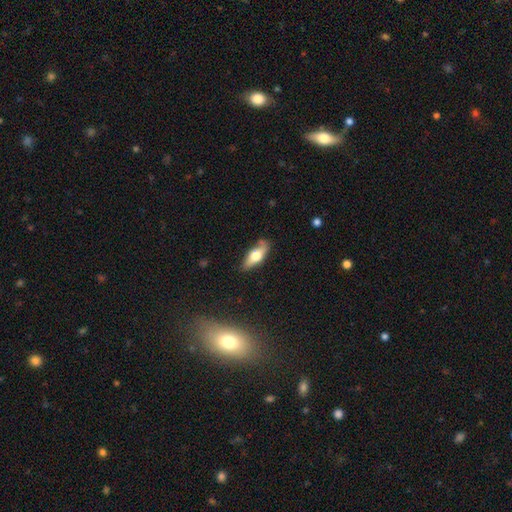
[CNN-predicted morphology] Smooth or featured? Predicted: smooth (p=0.52). How rounded? Predicted: in between (p=0.67). Merging? Predicted: none (p=0.70).